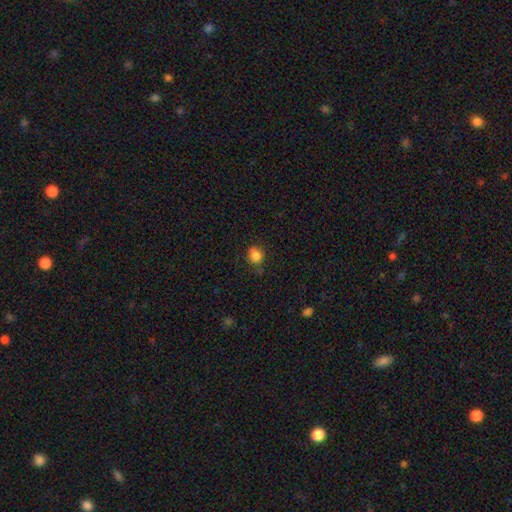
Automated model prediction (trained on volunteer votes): This is clearly a smooth galaxy (84%). How rounded: likely round (77%). Merging: likely none (69%).